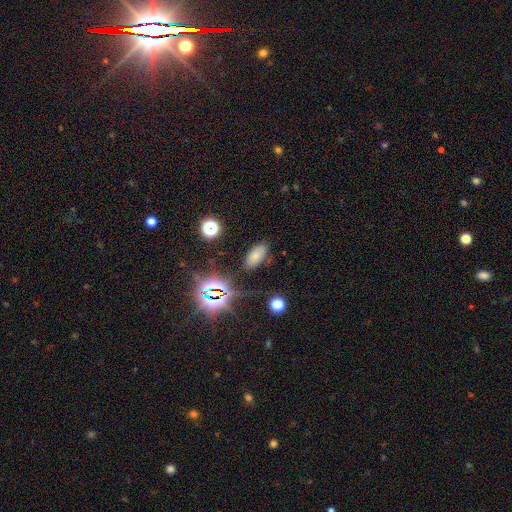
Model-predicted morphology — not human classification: A smooth galaxy with no disk features (66%) that is in between round and cigar-shaped (91%). Merging: none (80%).